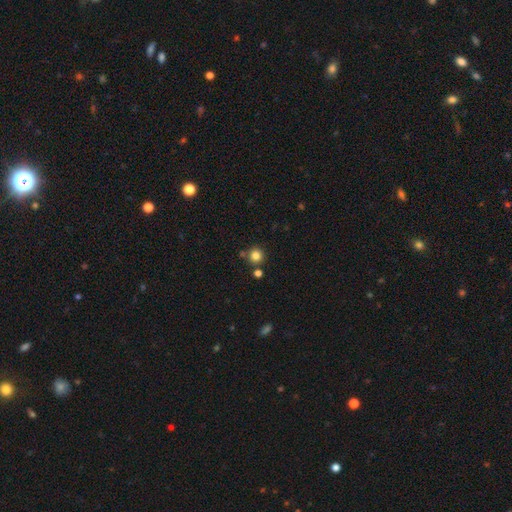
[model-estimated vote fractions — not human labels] Smooth or featured? smooth (82%)
How rounded? round (94%)
Merging? none (81%)